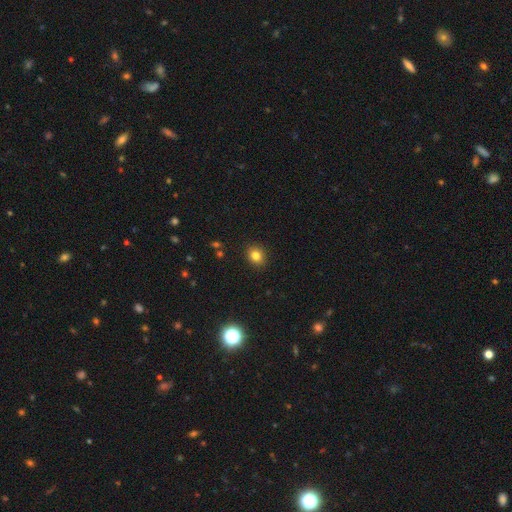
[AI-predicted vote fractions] A smooth galaxy with no disk features (81%) that is round (61%).

Vote fractions:
- Smooth or featured? smooth: 81% / star or artifact: 12% / featured or disk: 7%
- How rounded? round: 61% / in between: 38% / cigar-shaped: 1%
- Merging? none: 89% / minor disturbance: 8% / major disturbance: 2% / merger: 1%